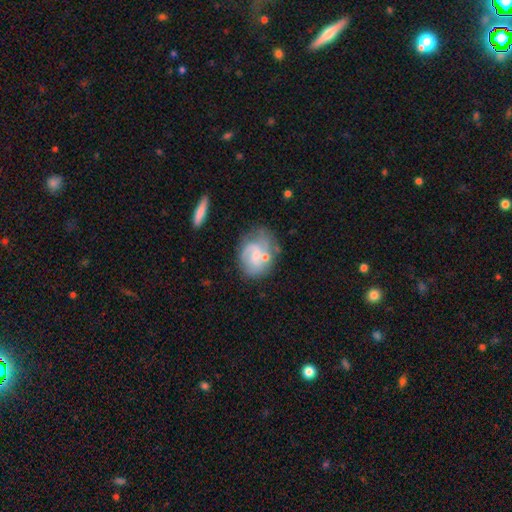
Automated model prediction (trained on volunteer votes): A featured or disk galaxy (64%) with no bar (47%), spiral arms (80%) and a small central bulge (50%). Merging: none (51%).